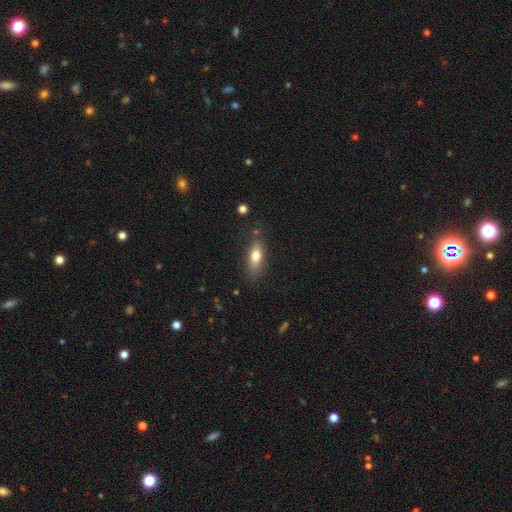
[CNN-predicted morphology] Q: Smooth or featured?
A: smooth (72%); runner-up: featured or disk (20%)
Q: How rounded?
A: in between (68%); runner-up: cigar-shaped (28%)
Q: Merging?
A: none (78%); runner-up: minor disturbance (15%)